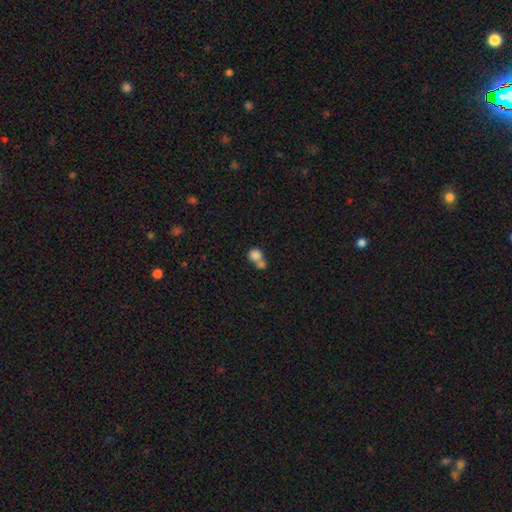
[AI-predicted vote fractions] This appears to be a smooth galaxy with no disk features (81%) that is round (76%). Merging: merger (58%).